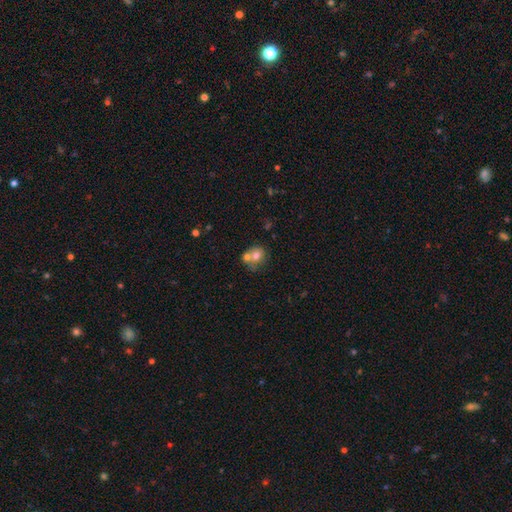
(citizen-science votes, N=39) Volunteers were most divided on "merging": merger: 69%, none: 26%, minor disturbance: 3%, major disturbance: 3%. More confident: how rounded — round (79%); smooth or featured — smooth (74%).